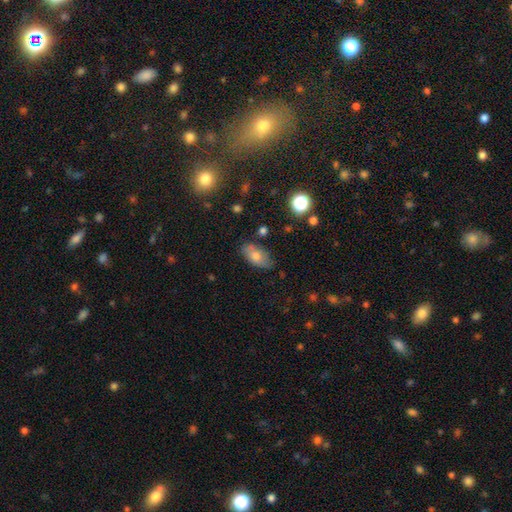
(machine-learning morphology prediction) smooth_or_featured: smooth (p=0.68) [alt: featured or disk p=0.22]
how_rounded: in between (p=0.90) [alt: round p=0.05]
merging: none (p=0.76) [alt: minor disturbance p=0.18]